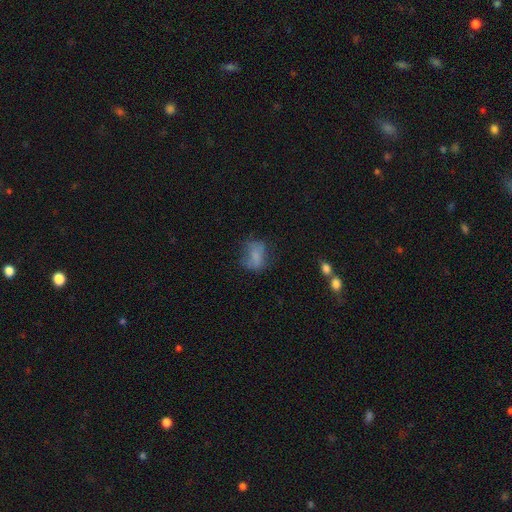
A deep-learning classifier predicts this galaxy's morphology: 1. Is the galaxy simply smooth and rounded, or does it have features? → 67% smooth, 20% featured or disk, 13% star or artifact.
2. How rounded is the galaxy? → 65% in between, 33% round, 2% cigar-shaped.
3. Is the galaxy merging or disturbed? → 49% none, 27% minor disturbance, 20% major disturbance, 4% merger.